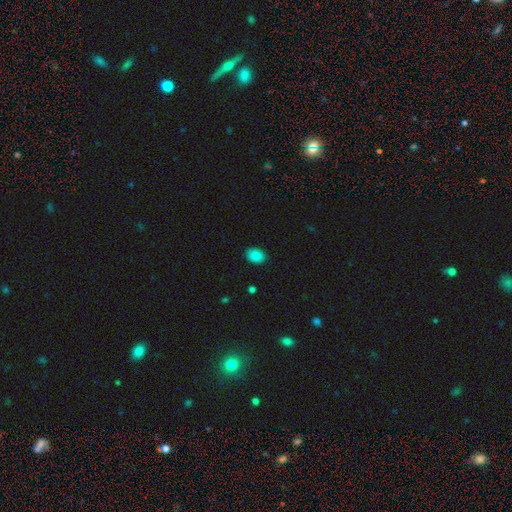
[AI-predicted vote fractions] This is clearly a smooth galaxy (87%). How rounded: likely in between (71%). Merging: clearly none (88%).